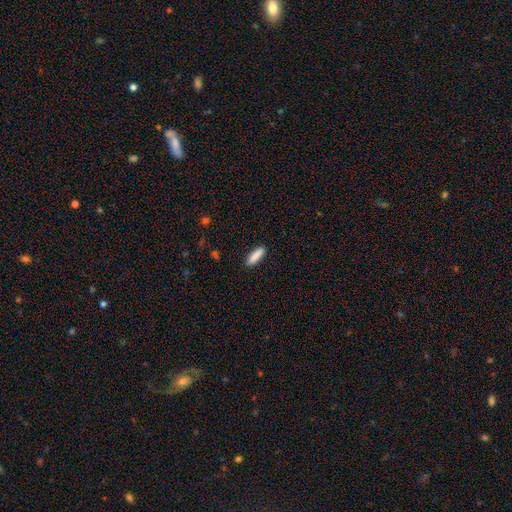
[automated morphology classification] smooth_or_featured: smooth (p=0.87) [alt: star or artifact p=0.06]
how_rounded: cigar-shaped (p=0.58) [alt: in between p=0.40]
merging: none (p=0.89) [alt: minor disturbance p=0.08]